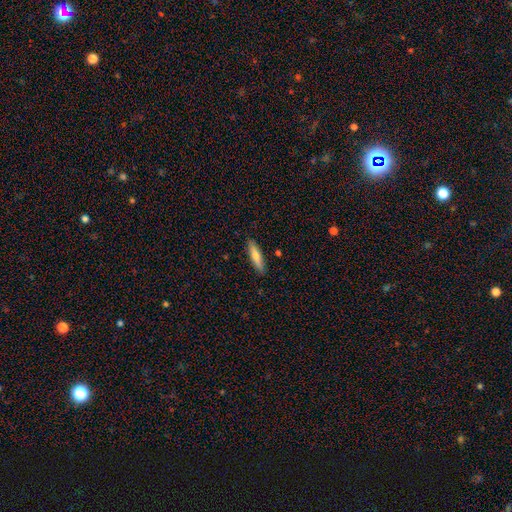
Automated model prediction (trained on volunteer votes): Smooth or featured: smooth — 69% (featured or disk — 25%)
How rounded: cigar-shaped — 77% (in between — 21%)
Merging: none — 88% (minor disturbance — 9%)